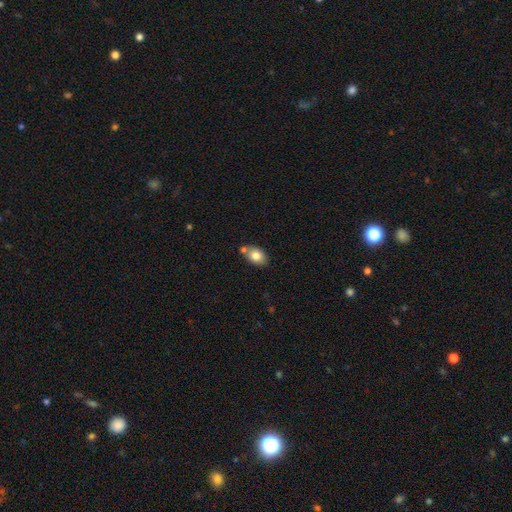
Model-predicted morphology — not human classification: Overall: smooth (79%). How rounded: in between (80%). Merging: none (66%).